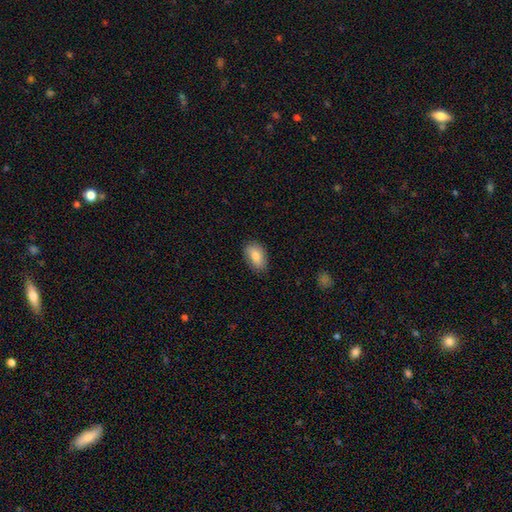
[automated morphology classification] Overall: smooth (82%). How rounded: in between (91%). Merging: none (83%).